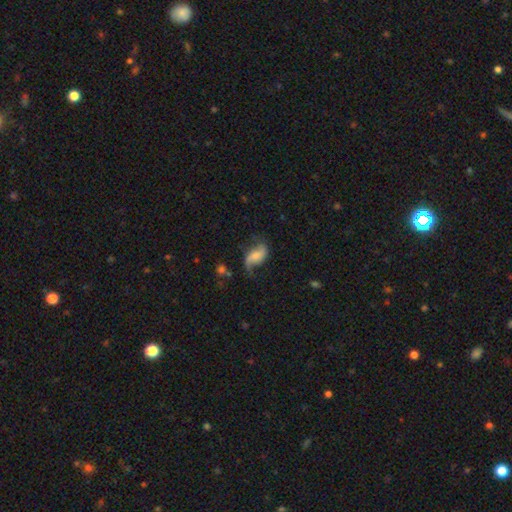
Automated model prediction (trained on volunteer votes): Smooth or featured? Predicted: featured or disk (p=0.61). Edge-on disk? Predicted: no (p=0.96). Bar? Predicted: no (p=0.43). Spiral arms? Predicted: yes (p=0.90). Spiral winding? Predicted: loose (p=0.75). Spiral arm count? Predicted: 2 (p=0.80). Bulge size? Predicted: small (p=0.44). Merging? Predicted: none (p=0.54).